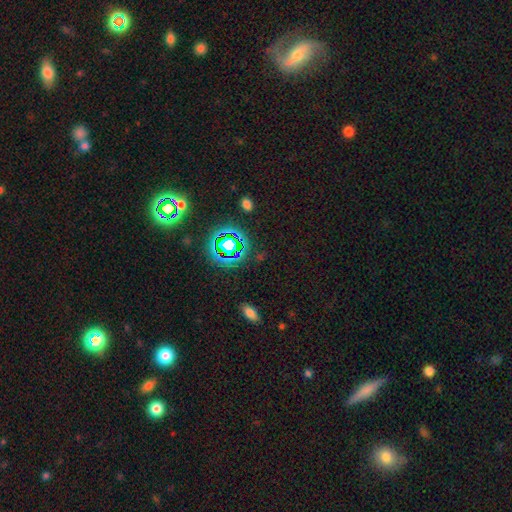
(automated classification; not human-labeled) This appears to be a star or artifact, not a galaxy (67%).